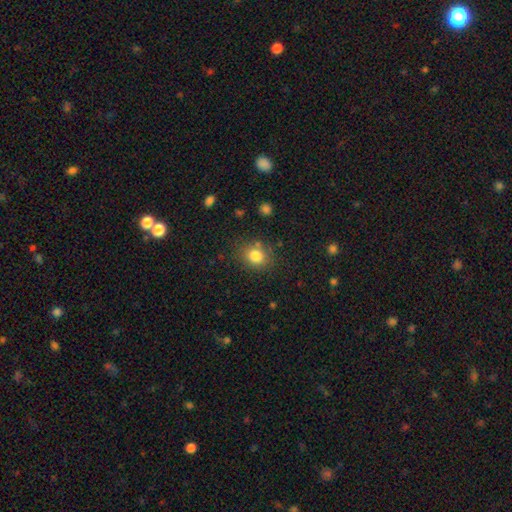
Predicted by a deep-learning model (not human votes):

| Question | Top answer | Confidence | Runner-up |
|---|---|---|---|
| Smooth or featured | smooth | 81% | star or artifact (11%) |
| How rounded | round | 68% | in between (32%) |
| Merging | none | 77% | minor disturbance (13%) |